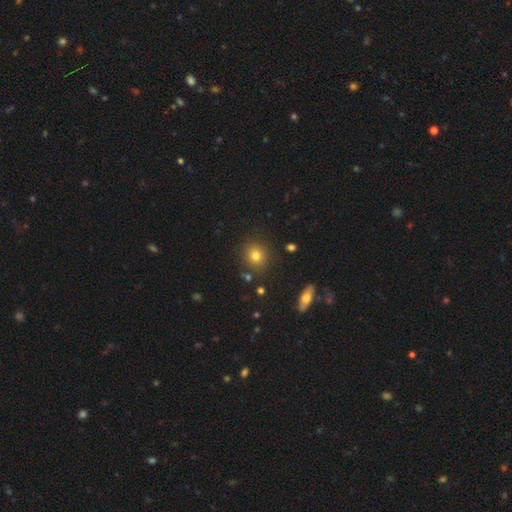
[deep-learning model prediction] Smooth or featured? Predicted: smooth (p=0.79). How rounded? Predicted: round (p=0.87). Merging? Predicted: none (p=0.86).